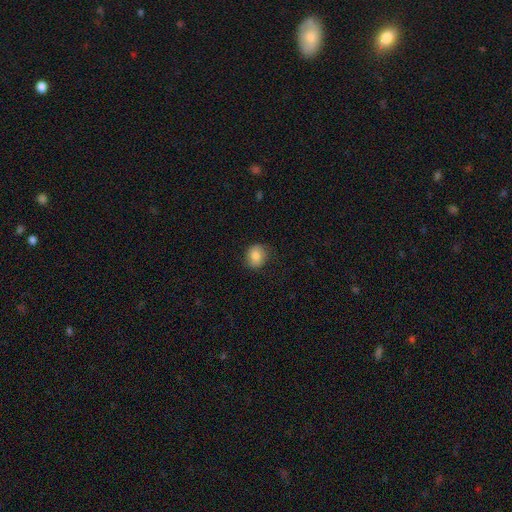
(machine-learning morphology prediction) This is clearly a smooth galaxy (81%). How rounded: likely round (72%). Merging: clearly none (82%).